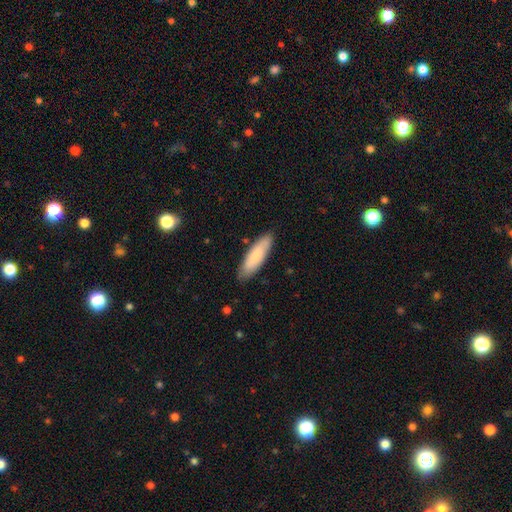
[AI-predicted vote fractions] smooth 84%, featured or disk 11%, star or artifact 5%. Down the decision tree: how rounded — cigar-shaped (58%); merging — none (86%).